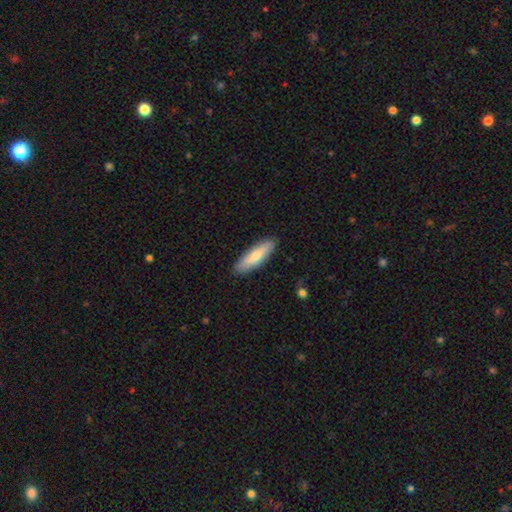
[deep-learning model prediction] A smooth galaxy with no disk features (72%) that is cigar-shaped (61%). Merging: none (88%).